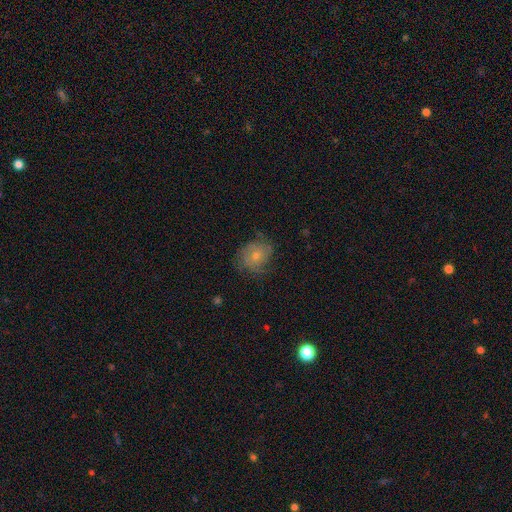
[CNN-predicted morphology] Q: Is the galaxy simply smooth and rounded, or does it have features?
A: smooth — 53%.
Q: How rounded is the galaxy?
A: round — 67%.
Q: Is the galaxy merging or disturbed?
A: none — 62%.